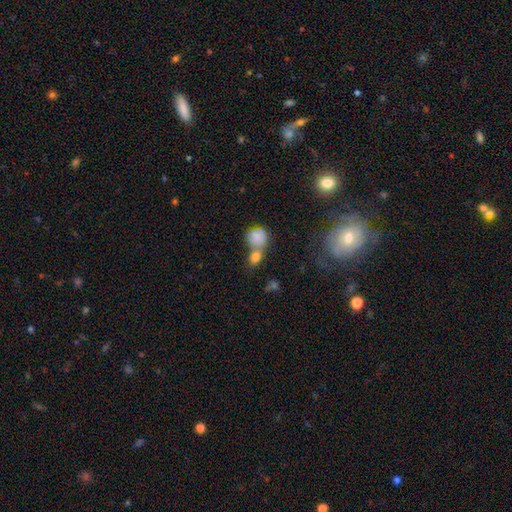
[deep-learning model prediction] This is likely a smooth galaxy (71%). How rounded: likely round (76%). Merging: marginally none (43%).